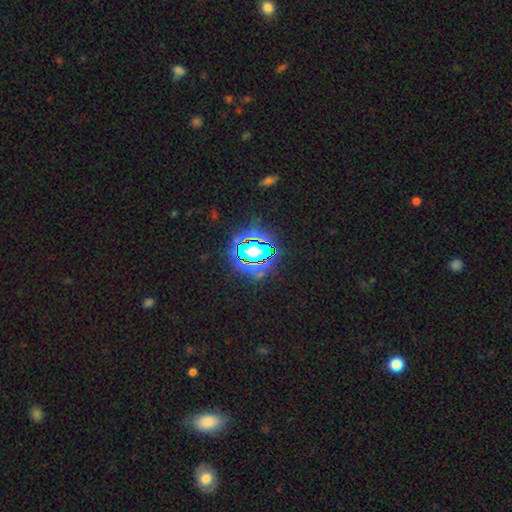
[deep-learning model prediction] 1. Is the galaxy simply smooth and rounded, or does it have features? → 79% star or artifact, 13% smooth, 8% featured or disk.